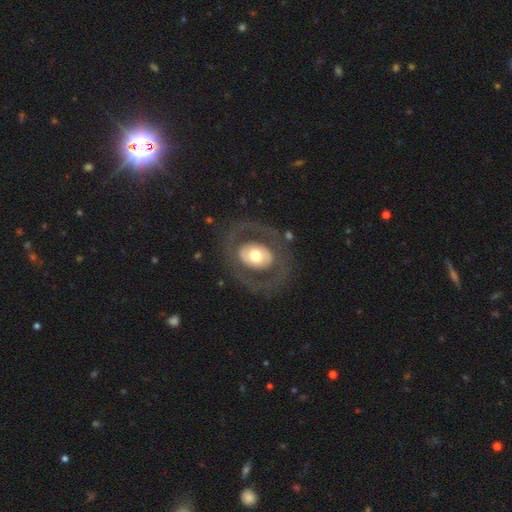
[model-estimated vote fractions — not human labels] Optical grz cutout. It shows a featured or disk galaxy (60%) with no bar (76%), no spiral arms (75%) and a moderate central bulge (59%). Merging: none (77%).